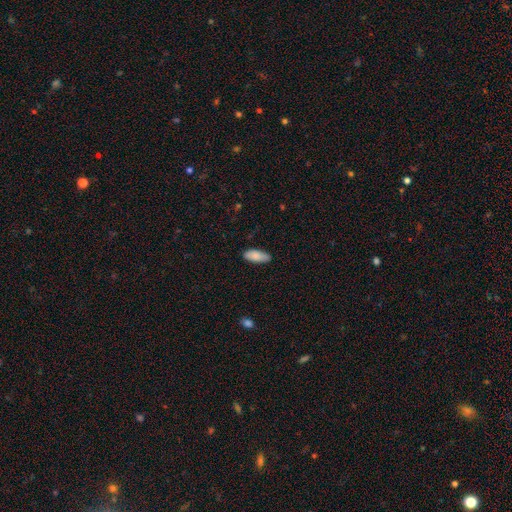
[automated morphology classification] Smooth or featured? Predicted: smooth (p=0.87). How rounded? Predicted: in between (p=0.78). Merging? Predicted: none (p=0.83).